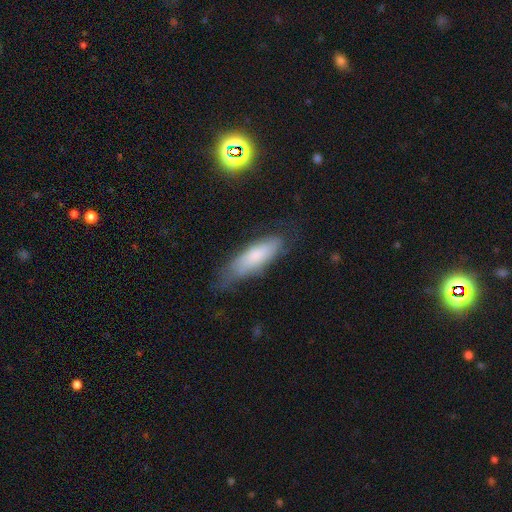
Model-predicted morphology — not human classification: smooth 68%, featured or disk 24%, star or artifact 7%. Down the decision tree: how rounded — in between (52%); merging — none (57%).